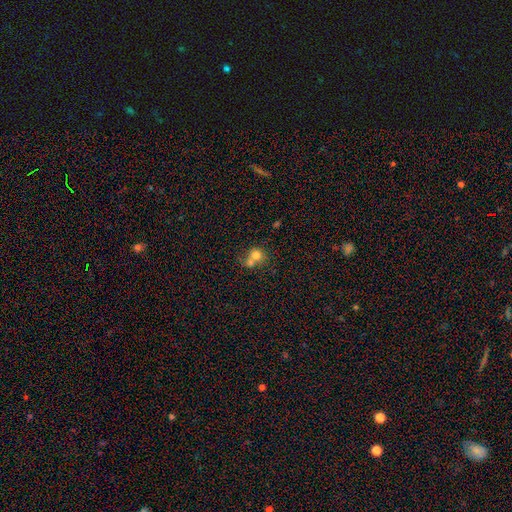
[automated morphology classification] A smooth galaxy with no disk features (74%) that is round (78%).

Vote fractions:
- Smooth or featured? smooth: 74% / featured or disk: 15% / star or artifact: 11%
- How rounded? round: 78% / in between: 21% / cigar-shaped: 1%
- Merging? merger: 60% / none: 30% / minor disturbance: 7% / major disturbance: 4%